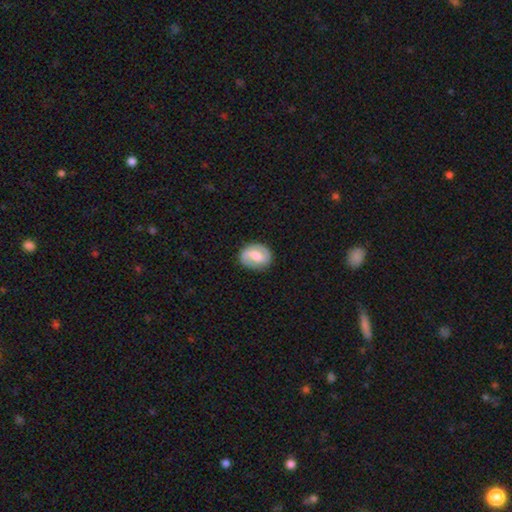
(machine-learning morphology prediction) The model was most divided on "spiral winding": medium: 47%, tight: 27%, loose: 25%. More confident: edge-on disk — no (98%); spiral arms — yes (90%); spiral arm count — 2 (88%); merging — none (85%); smooth or featured — featured or disk (72%); bulge size — moderate (58%); bar — weak (51%).